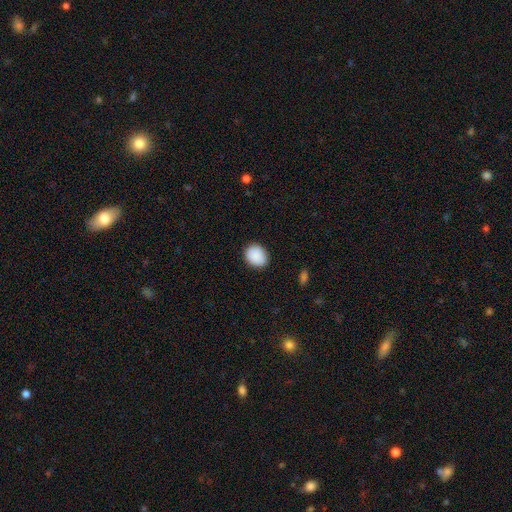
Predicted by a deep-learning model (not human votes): The model was most divided on "how rounded": round: 54%, in between: 45%, cigar-shaped: 1%. More confident: smooth or featured — smooth (90%); merging — none (87%).